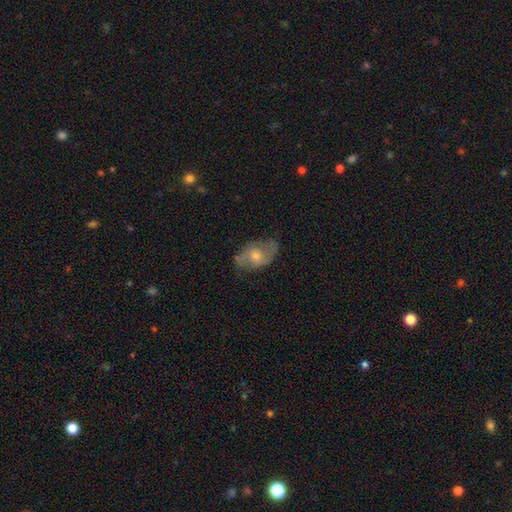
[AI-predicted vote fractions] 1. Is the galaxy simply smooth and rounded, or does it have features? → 63% featured or disk, 28% smooth, 8% star or artifact.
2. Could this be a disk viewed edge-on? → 94% no, 6% yes.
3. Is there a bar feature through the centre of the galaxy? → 65% no, 29% weak, 5% strong.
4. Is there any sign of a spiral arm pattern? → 80% yes, 20% no.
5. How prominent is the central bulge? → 59% moderate, 30% small, 7% large, 3% none, 1% dominant.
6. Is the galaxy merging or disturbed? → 71% none, 20% minor disturbance, 7% major disturbance, 1% merger.